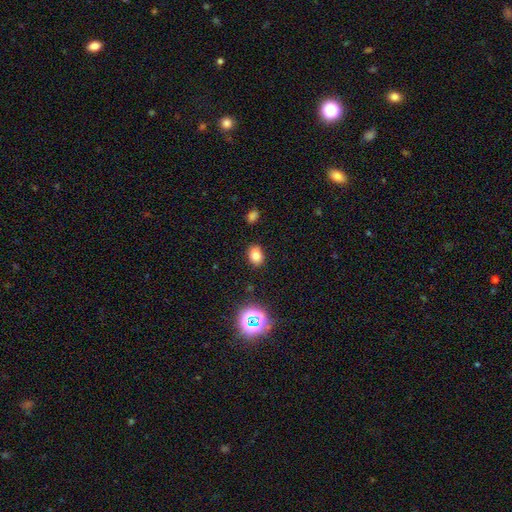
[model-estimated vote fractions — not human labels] smooth 78%, star or artifact 15%, featured or disk 7%. Down the decision tree: how rounded — in between (71%); merging — none (83%).